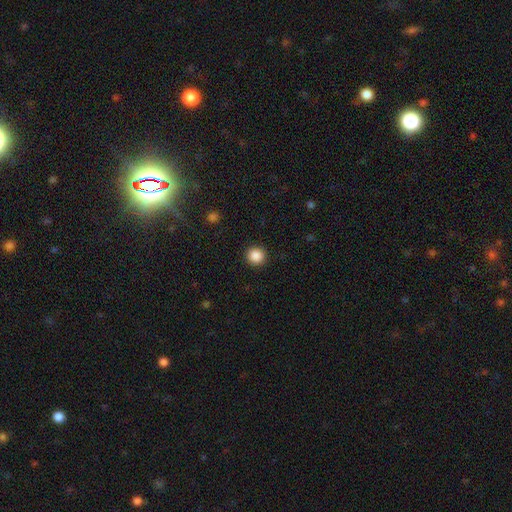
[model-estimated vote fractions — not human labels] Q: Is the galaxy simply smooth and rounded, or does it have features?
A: smooth — 88%.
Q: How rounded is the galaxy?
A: round — 95%.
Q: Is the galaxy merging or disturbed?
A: none — 93%.